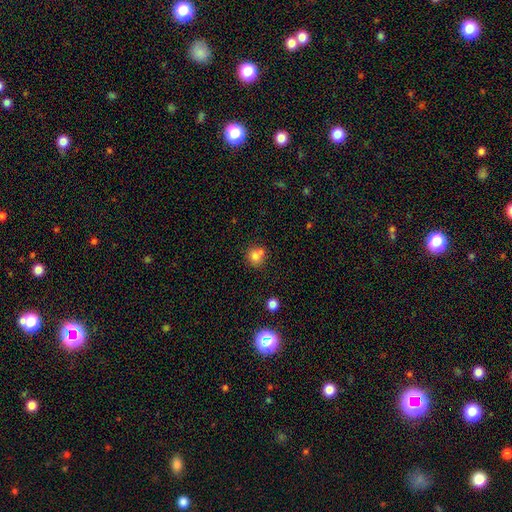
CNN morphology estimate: Smooth or featured? smooth (77%)
How rounded? round (85%)
Merging? none (54%)